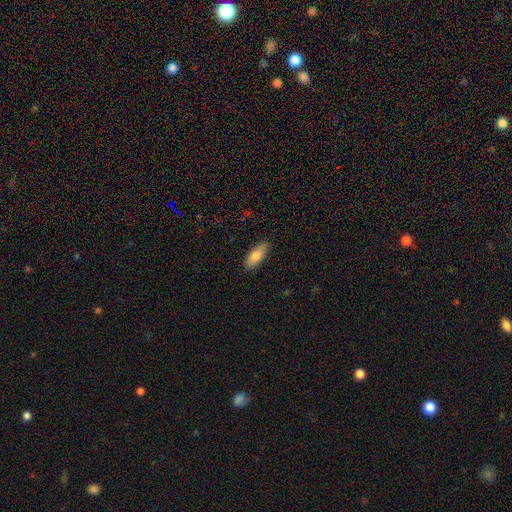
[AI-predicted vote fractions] The model was most divided on "how rounded": in between: 76%, cigar-shaped: 22%, round: 2%. More confident: smooth or featured — smooth (83%); merging — none (80%).